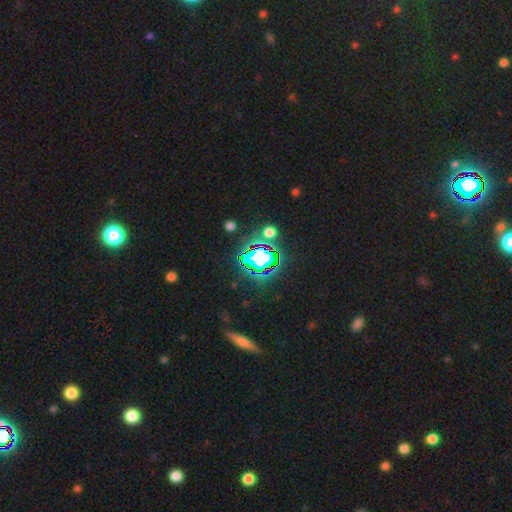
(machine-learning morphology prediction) star or artifact 68%, smooth 20%, featured or disk 12%.